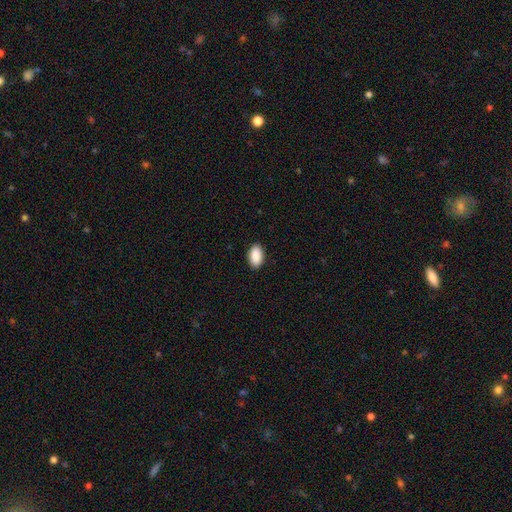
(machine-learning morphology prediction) type=smooth (91%); roundness=in between (94%); merging=none (90%).